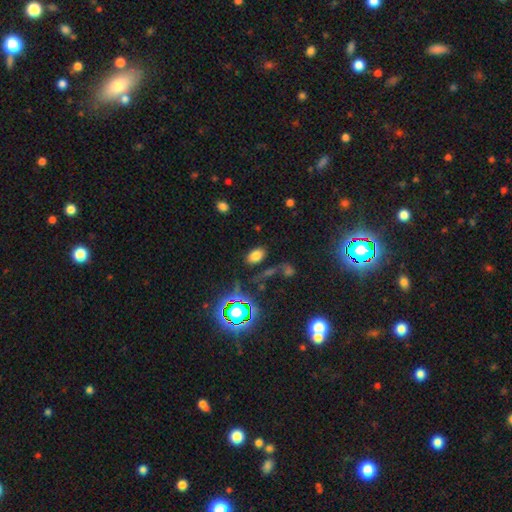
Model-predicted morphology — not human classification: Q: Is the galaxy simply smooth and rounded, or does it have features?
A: smooth — 74%.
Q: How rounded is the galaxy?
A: in between — 90%.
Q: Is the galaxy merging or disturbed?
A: none — 80%.